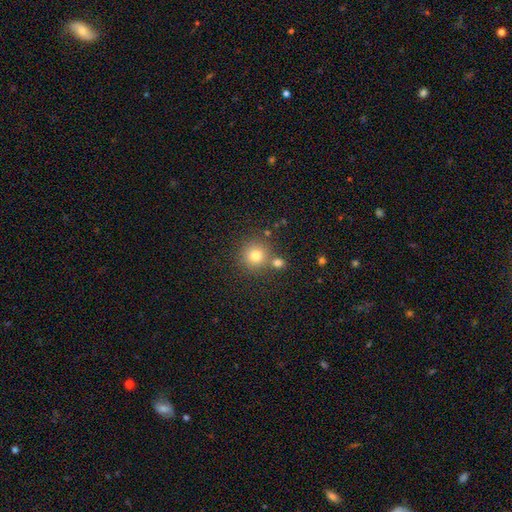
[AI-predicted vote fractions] The model was most divided on "merging": none: 71%, merger: 17%, minor disturbance: 8%, major disturbance: 3%. More confident: how rounded — round (93%); smooth or featured — smooth (77%).